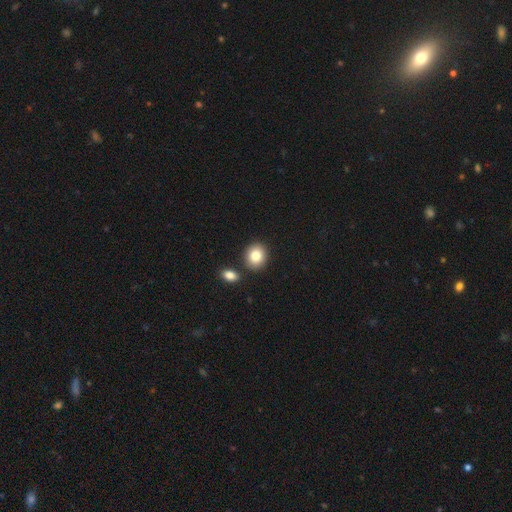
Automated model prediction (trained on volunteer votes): Q: Smooth or featured?
A: smooth (83%); runner-up: star or artifact (9%)
Q: How rounded?
A: round (71%); runner-up: in between (28%)
Q: Merging?
A: none (80%); runner-up: merger (10%)